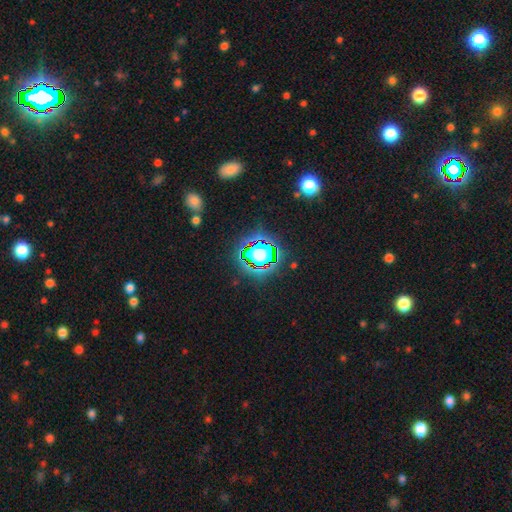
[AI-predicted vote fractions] Smooth or featured? star or artifact (67%)